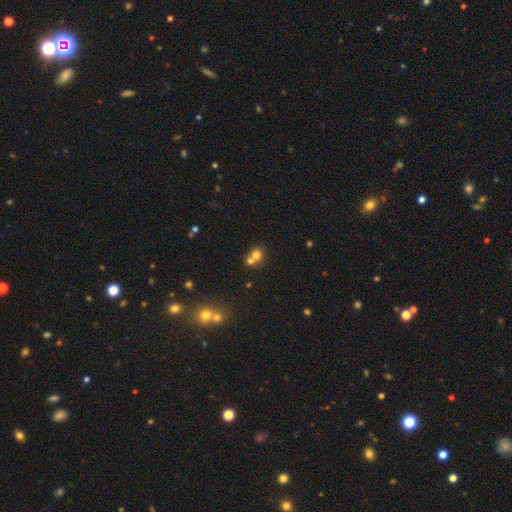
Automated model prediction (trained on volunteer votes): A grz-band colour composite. It shows a smooth galaxy with no disk features (70%) that is round (77%). Merging: merger (53%).